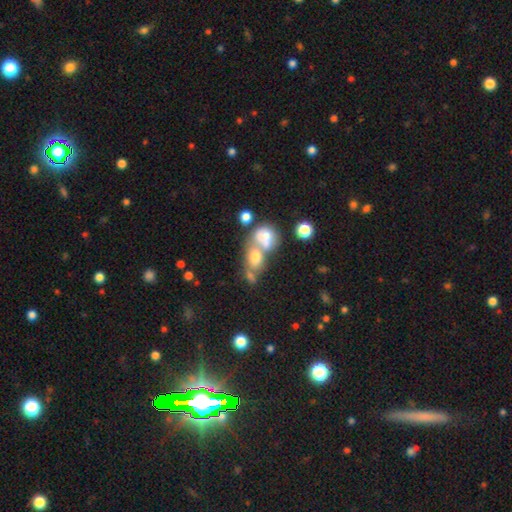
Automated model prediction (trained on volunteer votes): smooth 61%, featured or disk 23%, star or artifact 16%. Down the decision tree: how rounded — round (52%); merging — merger (63%).